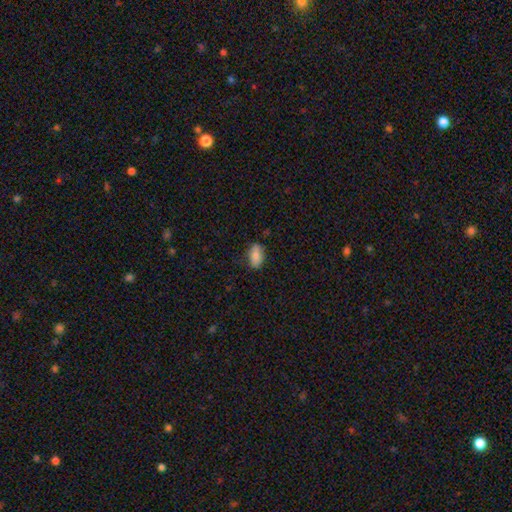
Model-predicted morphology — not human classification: A smooth galaxy with no disk features (82%) that is in between round and cigar-shaped (91%). Merging: none (79%).